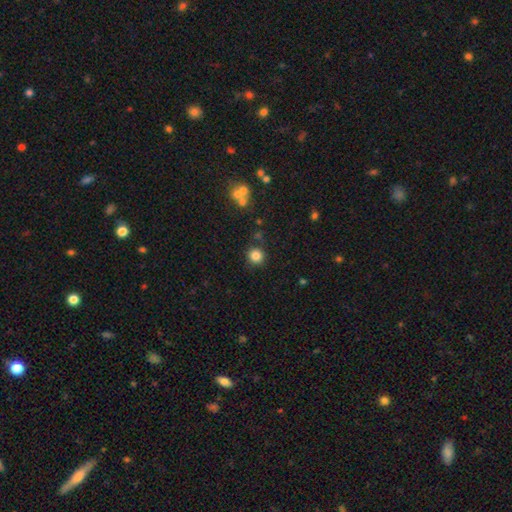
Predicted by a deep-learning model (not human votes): A smooth galaxy with no disk features (83%) that is round (93%). Merging: none (85%).